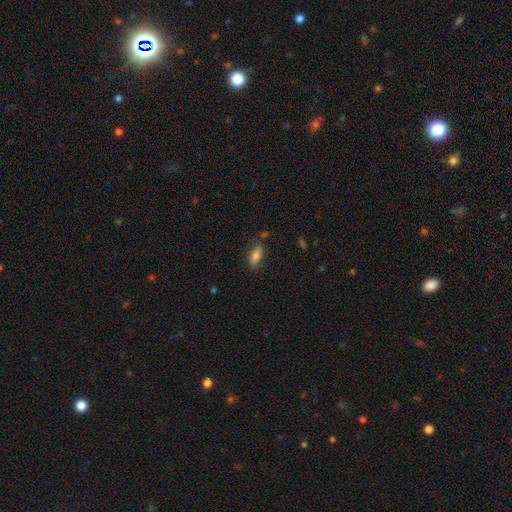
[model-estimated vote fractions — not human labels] smooth_or_featured: smooth (p=0.72) [alt: featured or disk p=0.20]
how_rounded: in between (p=0.75) [alt: cigar-shaped p=0.21]
merging: none (p=0.74) [alt: minor disturbance p=0.18]